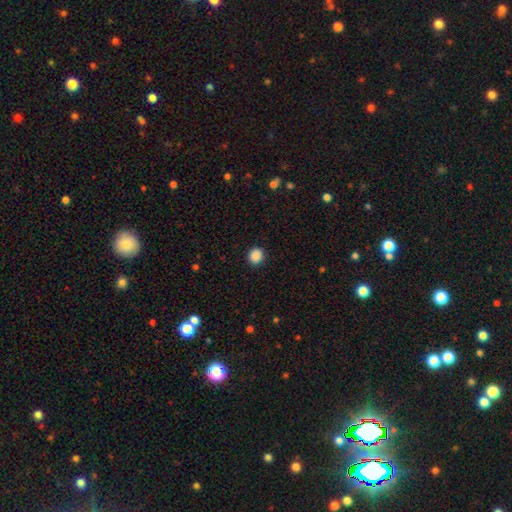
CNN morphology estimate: Overall: smooth (88%). How rounded: round (82%). Merging: none (91%).